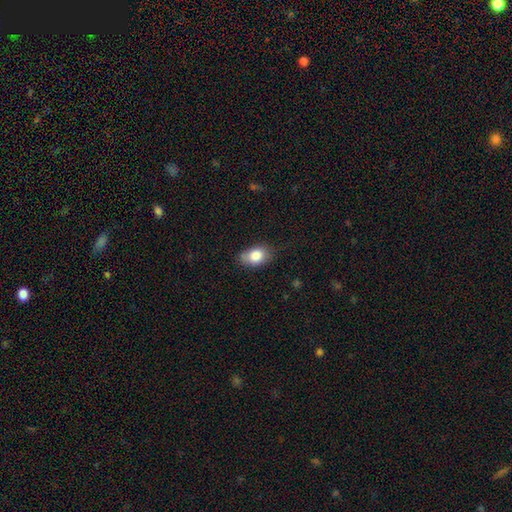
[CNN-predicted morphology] A smooth galaxy with no disk features (82%) that is in between round and cigar-shaped (82%).

Vote fractions:
- Smooth or featured? smooth: 82% / featured or disk: 10% / star or artifact: 8%
- How rounded? in between: 82% / round: 17% / cigar-shaped: 2%
- Merging? none: 64% / minor disturbance: 28% / major disturbance: 6% / merger: 2%